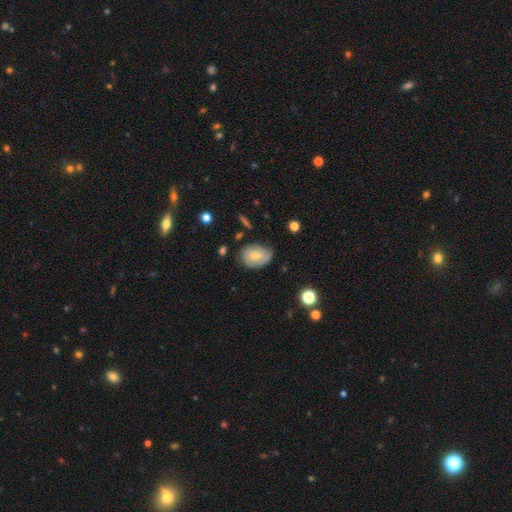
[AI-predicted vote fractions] A smooth galaxy with no disk features (57%) that is in between round and cigar-shaped (78%).

Vote fractions:
- Smooth or featured? smooth: 57% / featured or disk: 35% / star or artifact: 8%
- How rounded? in between: 78% / round: 21% / cigar-shaped: 1%
- Merging? none: 65% / minor disturbance: 27% / major disturbance: 6% / merger: 2%